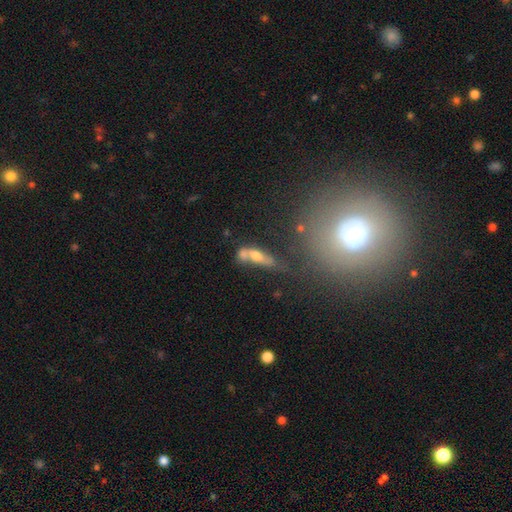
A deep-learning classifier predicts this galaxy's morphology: featured or disk 45%, smooth 42%, star or artifact 13%. Down the decision tree: merging — none (39%).